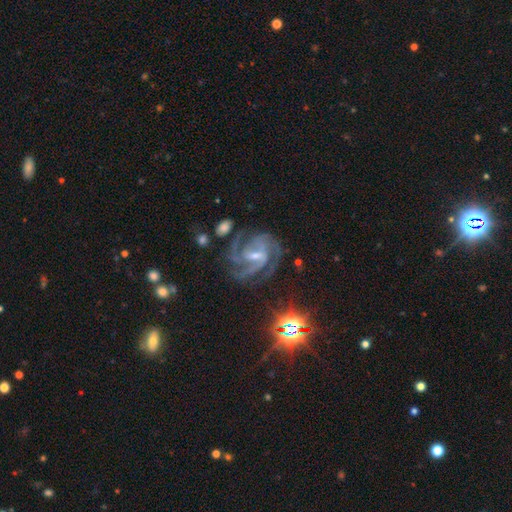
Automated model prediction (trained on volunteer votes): A featured or disk galaxy (88%) with a weak bar (48%), 3 (38%) tight (47%) spiral arms (98%) and a small central bulge (59%).

Vote fractions:
- Smooth or featured? featured or disk: 88% / star or artifact: 8% / smooth: 4%
- Edge-on disk? no: 98% / yes: 2%
- Bar? weak: 48% / strong: 36% / no: 16%
- Spiral arms? yes: 98% / no: 2%
- Spiral winding? tight: 47% / medium: 46% / loose: 7%
- Spiral arm count? 3: 38% / 4: 23% / 2: 15% / can't tell: 12% / more than 4: 6% / 1: 6%
- Bulge size? small: 59% / moderate: 34% / none: 4% / large: 1% / dominant: 1%
- Merging? none: 69% / minor disturbance: 17% / major disturbance: 10% / merger: 3%